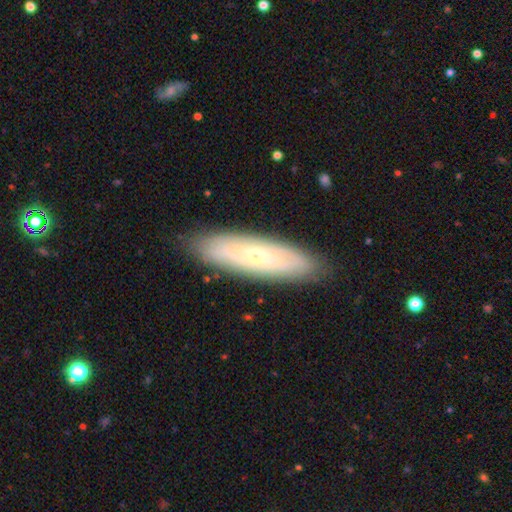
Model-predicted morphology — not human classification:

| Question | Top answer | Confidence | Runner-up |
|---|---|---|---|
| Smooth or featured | featured or disk | 61% | smooth (33%) |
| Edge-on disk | no | 62% | yes (38%) |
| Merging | none | 86% | minor disturbance (10%) |